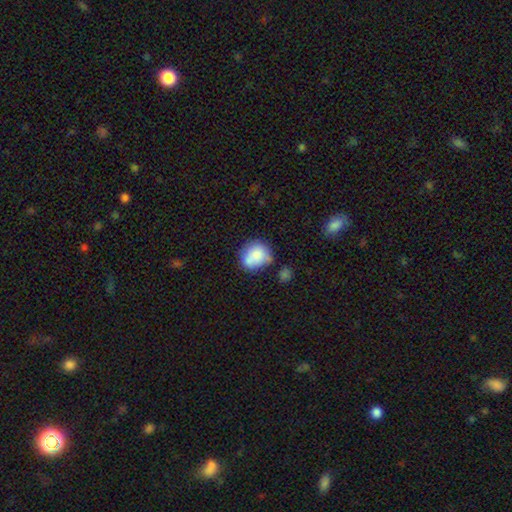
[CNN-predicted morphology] smooth 78%, featured or disk 14%, star or artifact 8%. Down the decision tree: how rounded — round (65%); merging — none (47%).